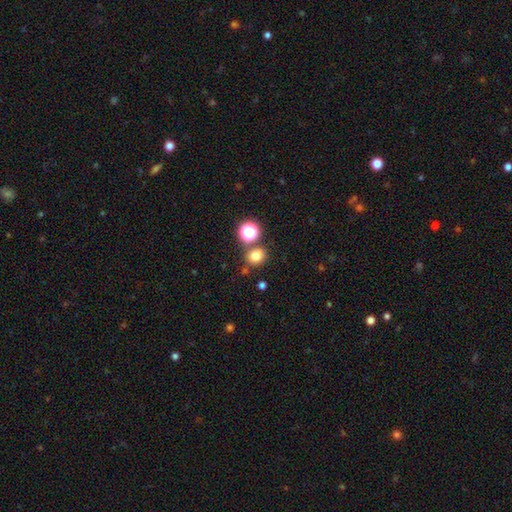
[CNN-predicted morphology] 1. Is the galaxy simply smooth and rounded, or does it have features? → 76% smooth, 18% star or artifact, 7% featured or disk.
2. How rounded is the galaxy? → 73% round, 26% in between, 1% cigar-shaped.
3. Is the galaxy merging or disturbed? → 74% none, 13% merger, 9% minor disturbance, 3% major disturbance.